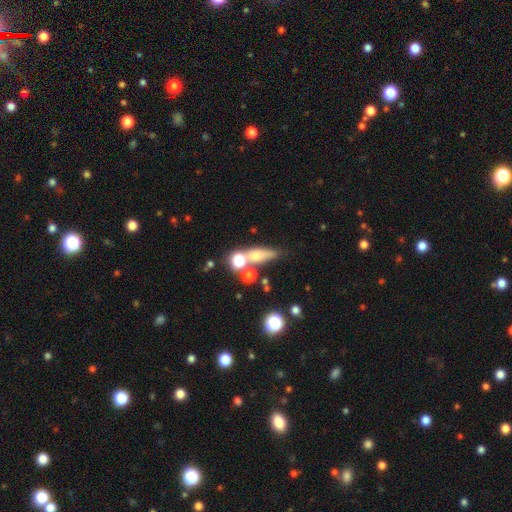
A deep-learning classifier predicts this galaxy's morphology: type=smooth (57%); roundness=in between (39%); merging=none (50%).